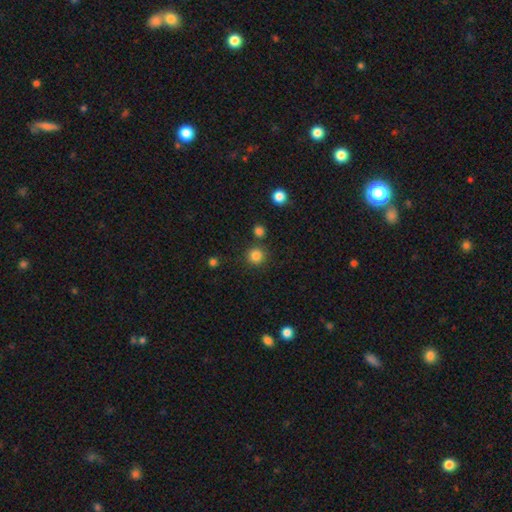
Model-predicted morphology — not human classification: This appears to be a smooth galaxy with no disk features (83%) that is round (94%). Merging: none (85%).